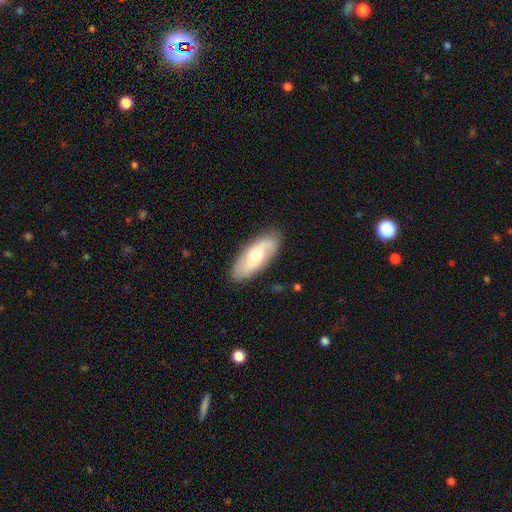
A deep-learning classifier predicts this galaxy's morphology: Smooth or featured? Predicted: featured or disk (p=0.48). Merging? Predicted: none (p=0.85).